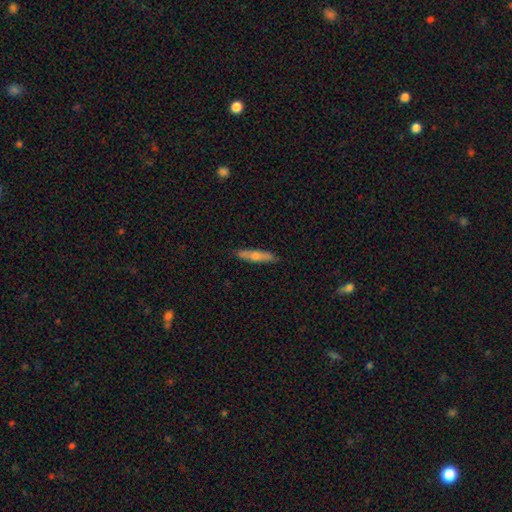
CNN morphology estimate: This appears to be a smooth galaxy with no disk features (53%) that is cigar-shaped (84%). Merging: none (87%).